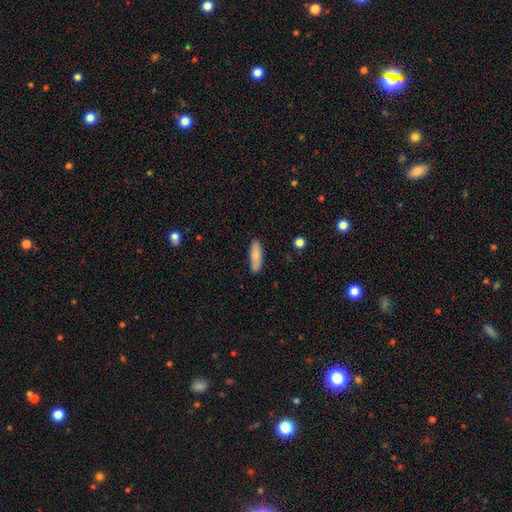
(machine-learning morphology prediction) Smooth or featured?
  - smooth: 83% *
  - featured or disk: 10%
  - star or artifact: 6%
How rounded?
  - cigar-shaped: 55% *
  - in between: 43%
  - round: 2%
Merging?
  - none: 83% *
  - minor disturbance: 13%
  - major disturbance: 2%
  - merger: 2%